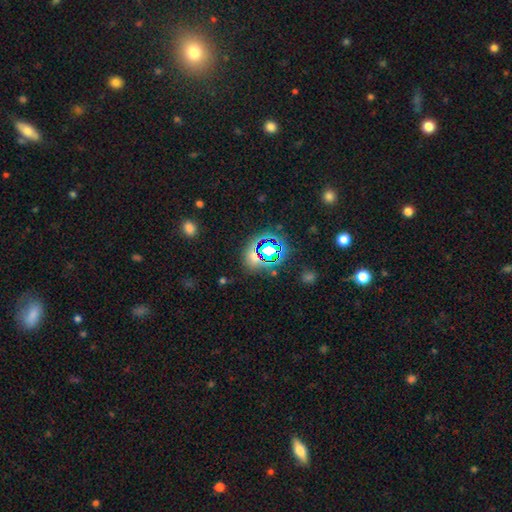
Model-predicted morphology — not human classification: The model was most divided on "smooth or featured": star or artifact: 61%, smooth: 29%, featured or disk: 10%.